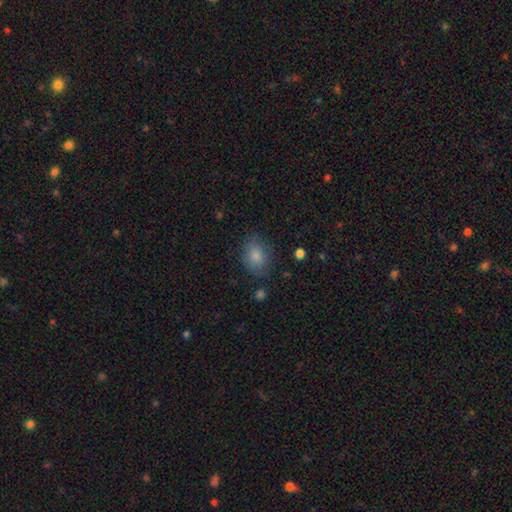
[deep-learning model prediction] A smooth galaxy with no disk features (79%) that is in between round and cigar-shaped (66%).

Vote fractions:
- Smooth or featured? smooth: 79% / star or artifact: 12% / featured or disk: 9%
- How rounded? in between: 66% / round: 33% / cigar-shaped: 1%
- Merging? none: 81% / minor disturbance: 14% / major disturbance: 4% / merger: 2%